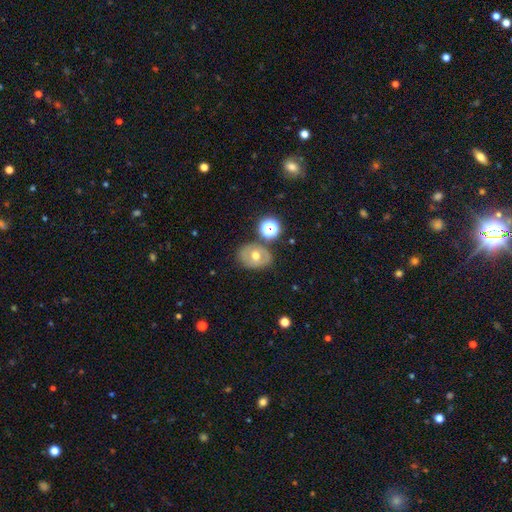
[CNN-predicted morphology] type=smooth (45%); merging=none (74%).